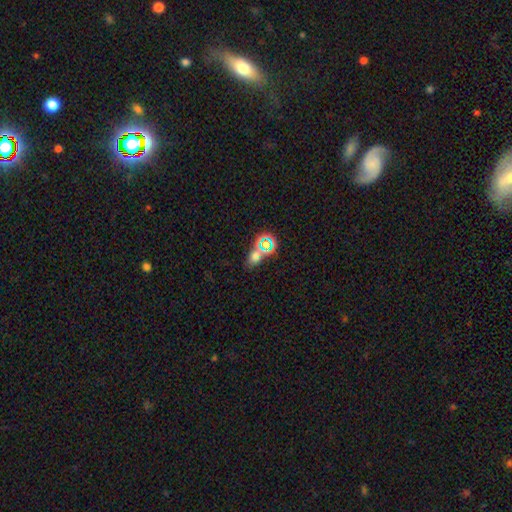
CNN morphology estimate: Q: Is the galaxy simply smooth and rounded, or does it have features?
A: smooth — 50%.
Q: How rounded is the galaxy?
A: in between — 62%.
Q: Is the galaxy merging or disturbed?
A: none — 59%.